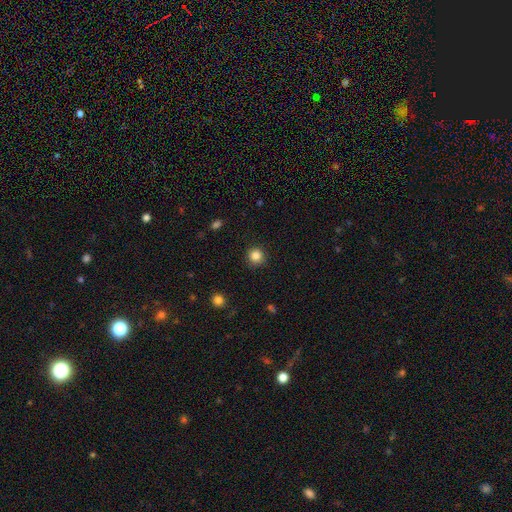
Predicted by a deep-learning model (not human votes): Smooth or featured? Predicted: smooth (p=0.84). How rounded? Predicted: round (p=0.94). Merging? Predicted: none (p=0.91).